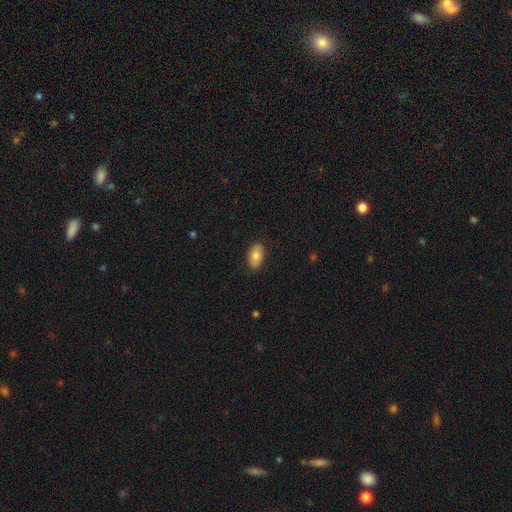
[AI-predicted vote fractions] smooth 81%, featured or disk 13%, star or artifact 7%. Down the decision tree: how rounded — in between (93%); merging — none (87%).